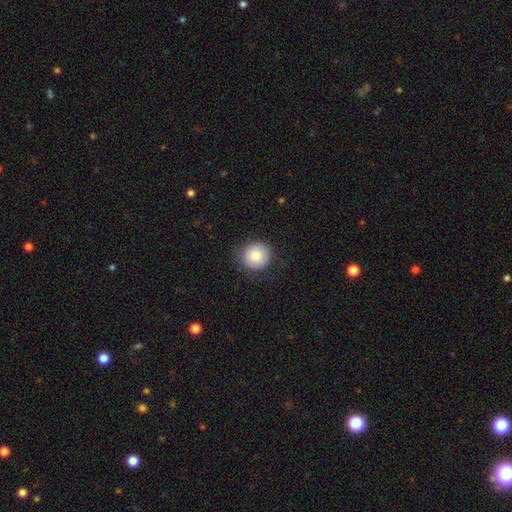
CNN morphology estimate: A smooth galaxy with no disk features (84%) that is round (91%).

Vote fractions:
- Smooth or featured? smooth: 84% / star or artifact: 8% / featured or disk: 8%
- How rounded? round: 91% / in between: 8% / cigar-shaped: 1%
- Merging? none: 82% / minor disturbance: 13% / major disturbance: 4% / merger: 1%